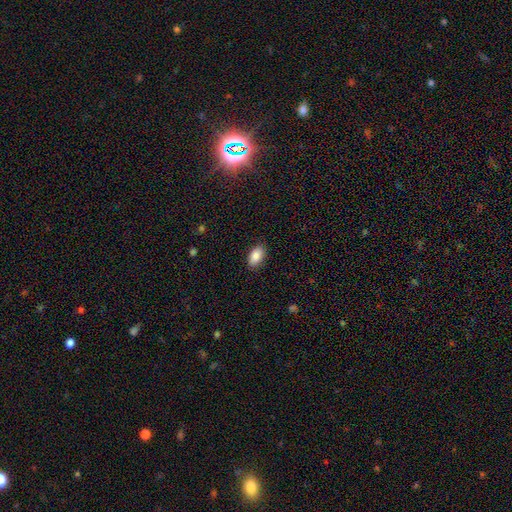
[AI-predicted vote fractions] A smooth galaxy with no disk features (88%) that is in between round and cigar-shaped (94%).

Vote fractions:
- Smooth or featured? smooth: 88% / star or artifact: 7% / featured or disk: 5%
- How rounded? in between: 94% / round: 4% / cigar-shaped: 2%
- Merging? none: 87% / minor disturbance: 9% / major disturbance: 2% / merger: 1%